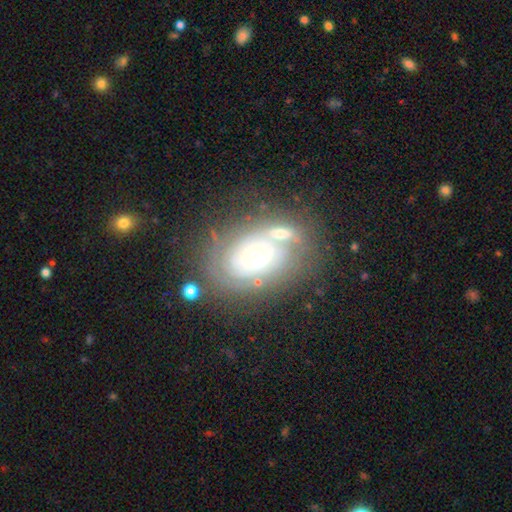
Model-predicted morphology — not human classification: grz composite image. It shows a featured or disk galaxy (73%) with no bar (84%), tight (75%) spiral arms (73%) and a moderate central bulge (59%). Merging: none (57%).